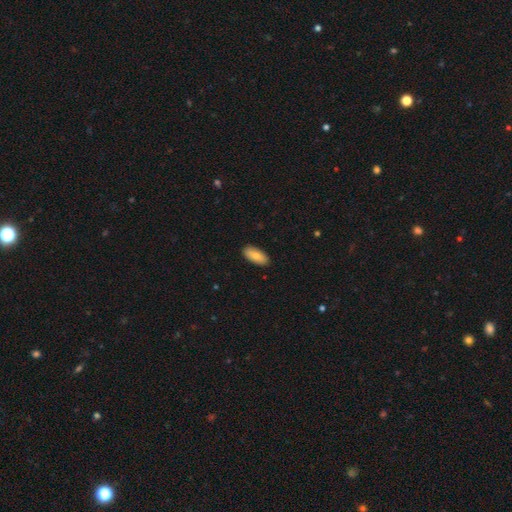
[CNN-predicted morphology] Q: Smooth or featured?
A: smooth (81%); runner-up: featured or disk (13%)
Q: How rounded?
A: in between (89%); runner-up: cigar-shaped (9%)
Q: Merging?
A: none (90%); runner-up: minor disturbance (8%)